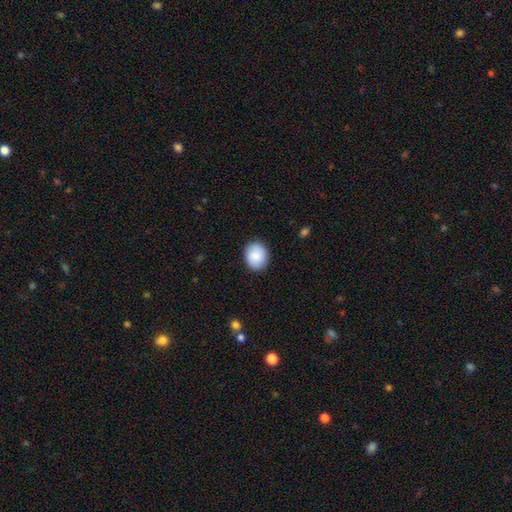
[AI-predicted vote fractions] A smooth galaxy with no disk features (87%) that is round (59%).

Vote fractions:
- Smooth or featured? smooth: 87% / star or artifact: 7% / featured or disk: 6%
- How rounded? round: 59% / in between: 40% / cigar-shaped: 1%
- Merging? none: 89% / minor disturbance: 8% / major disturbance: 2% / merger: 1%